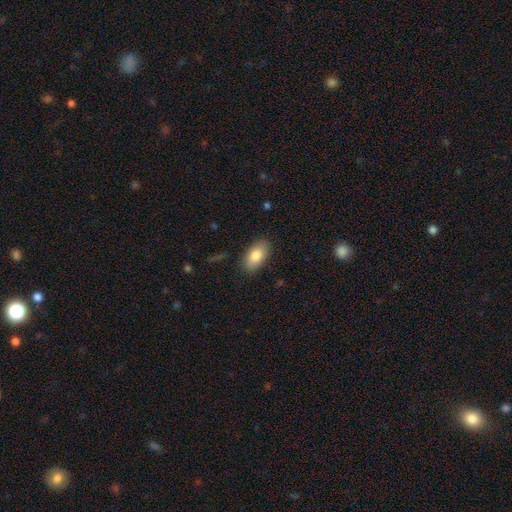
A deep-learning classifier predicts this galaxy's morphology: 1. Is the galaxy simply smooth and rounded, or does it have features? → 81% smooth, 13% featured or disk, 7% star or artifact.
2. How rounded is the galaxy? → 93% in between, 4% round, 3% cigar-shaped.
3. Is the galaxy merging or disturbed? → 86% none, 10% minor disturbance, 2% major disturbance, 1% merger.